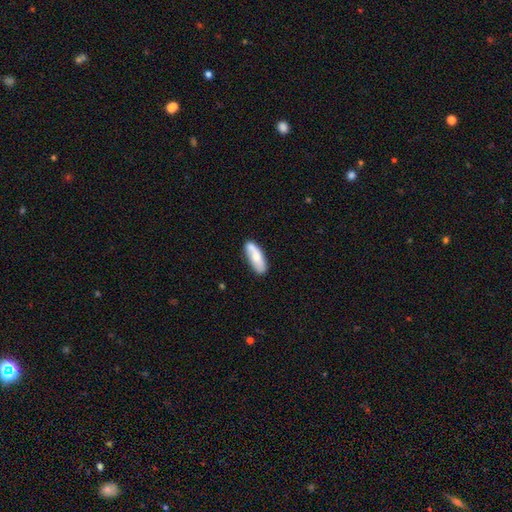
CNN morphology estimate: smooth-or-featured: smooth: 68% | featured or disk: 26% | star or artifact: 6%
  how-rounded: in between: 67% | cigar-shaped: 31% | round: 2%
  merging: none: 71% | minor disturbance: 19% | merger: 6% | major disturbance: 4%